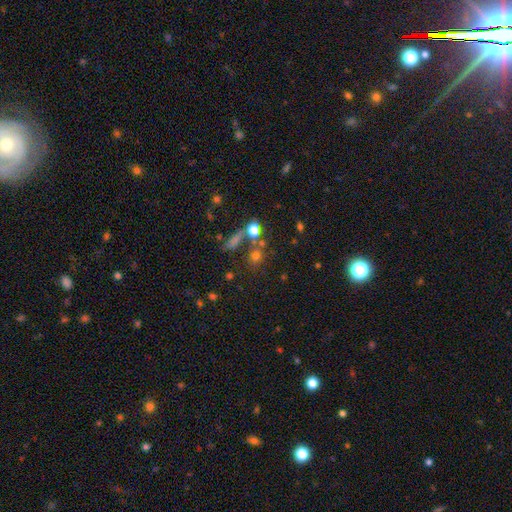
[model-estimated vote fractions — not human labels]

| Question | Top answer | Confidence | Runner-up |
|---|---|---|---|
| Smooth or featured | smooth | 63% | star or artifact (26%) |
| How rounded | round | 73% | in between (22%) |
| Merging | none | 63% | merger (21%) |